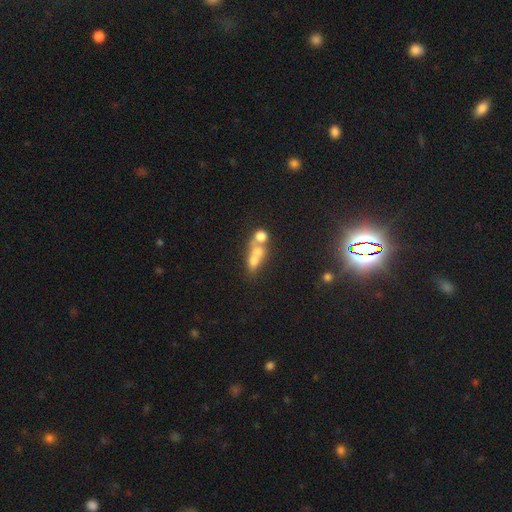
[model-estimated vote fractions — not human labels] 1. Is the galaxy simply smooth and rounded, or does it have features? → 56% smooth, 29% featured or disk, 15% star or artifact.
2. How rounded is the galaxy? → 49% in between, 41% round, 11% cigar-shaped.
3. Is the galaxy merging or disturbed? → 61% merger, 24% none, 8% major disturbance, 8% minor disturbance.